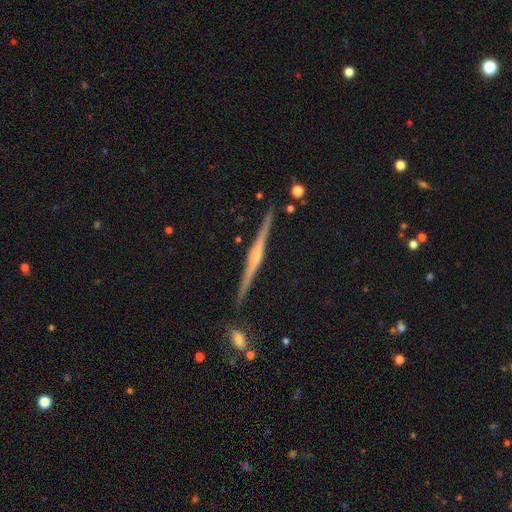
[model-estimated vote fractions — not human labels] This is clearly a featured or disk galaxy (83%). It is clearly viewed edge-on (98%). Edge-on bulge: likely rounded (67%). Merging: clearly none (89%).